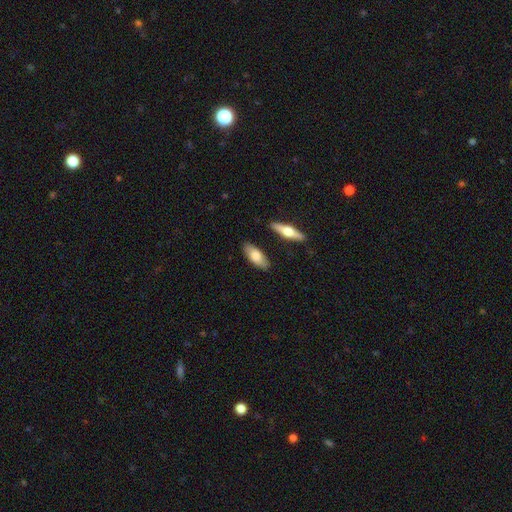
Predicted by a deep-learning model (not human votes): Smooth or featured: smooth — 70% (featured or disk — 25%)
How rounded: in between — 75% (cigar-shaped — 23%)
Merging: none — 84% (minor disturbance — 11%)